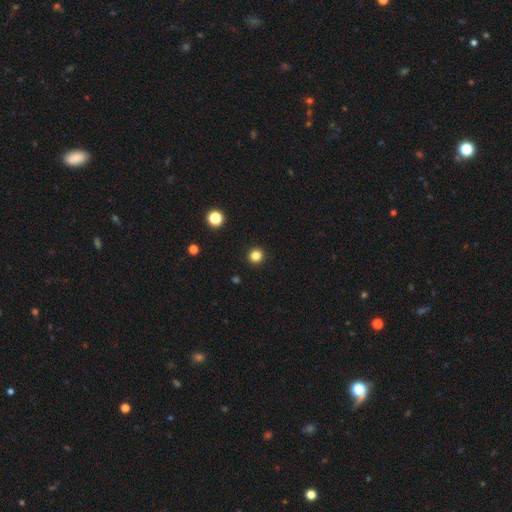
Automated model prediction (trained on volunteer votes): A smooth galaxy with no disk features (83%) that is round (95%).

Vote fractions:
- Smooth or featured? smooth: 83% / star or artifact: 13% / featured or disk: 4%
- How rounded? round: 95% / in between: 4% / cigar-shaped: 1%
- Merging? none: 94% / minor disturbance: 4% / major disturbance: 1% / merger: 1%